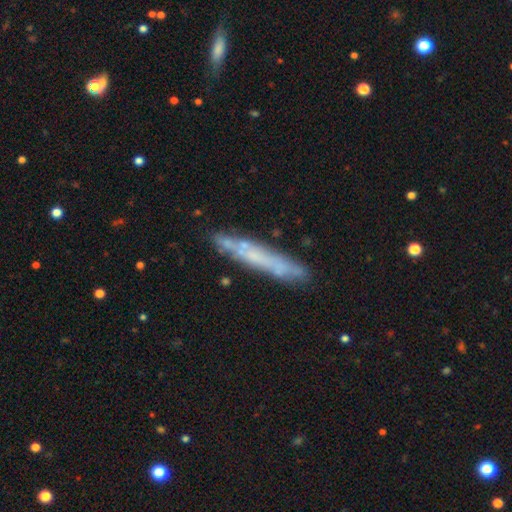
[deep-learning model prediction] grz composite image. It shows a featured or disk galaxy (50%) viewed edge-on (77%). Merging: none (81%).